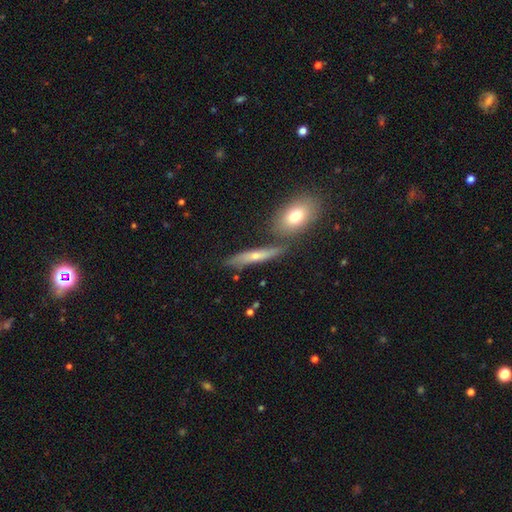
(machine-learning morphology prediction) A smooth galaxy with no disk features (46%). Merging: none (70%).